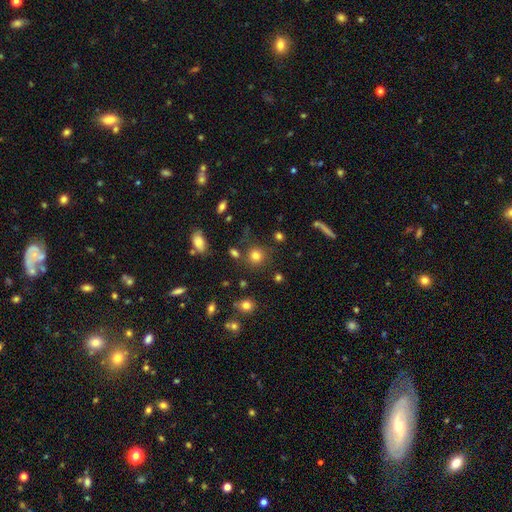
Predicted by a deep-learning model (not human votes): Smooth or featured?
  - smooth: 78% *
  - star or artifact: 15%
  - featured or disk: 8%
How rounded?
  - round: 90% *
  - in between: 9%
  - cigar-shaped: 1%
Merging?
  - none: 80% *
  - minor disturbance: 10%
  - merger: 6%
  - major disturbance: 4%